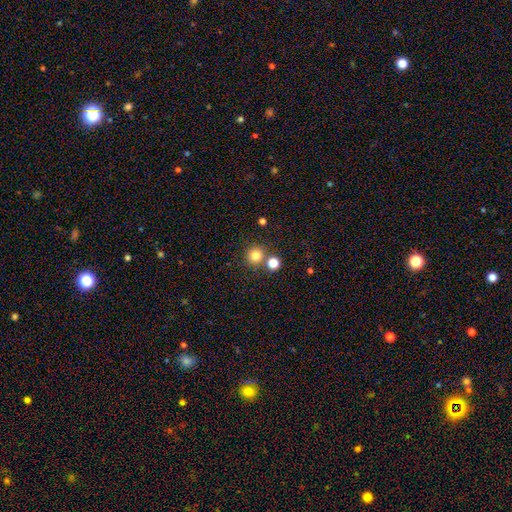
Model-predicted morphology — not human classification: This is likely a smooth galaxy (80%). How rounded: clearly round (94%). Merging: likely none (74%).